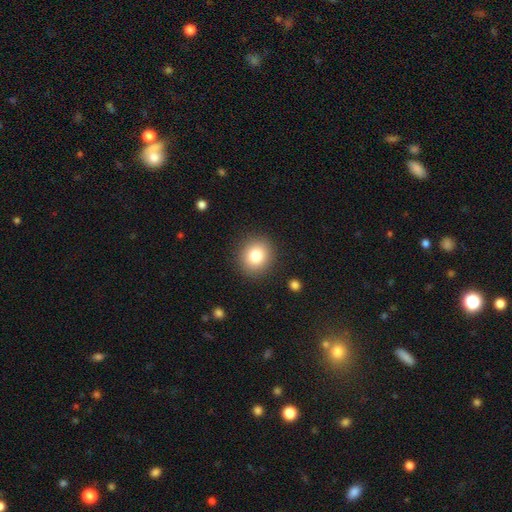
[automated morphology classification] Smooth or featured: smooth — 81% (star or artifact — 10%)
How rounded: round — 81% (in between — 18%)
Merging: none — 90% (minor disturbance — 7%)